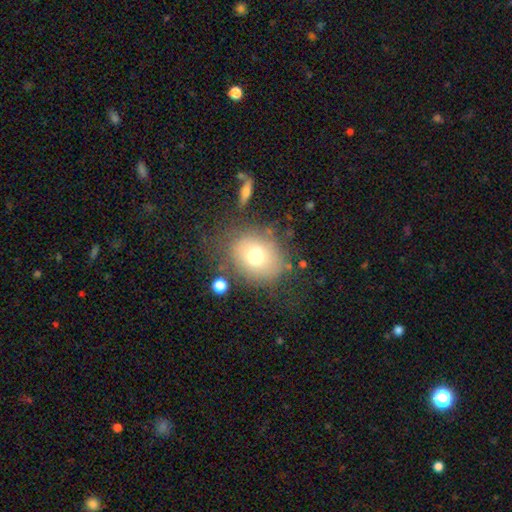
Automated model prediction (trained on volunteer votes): This appears to be a smooth galaxy with no disk features (70%) that is round (62%). Merging: none (70%).